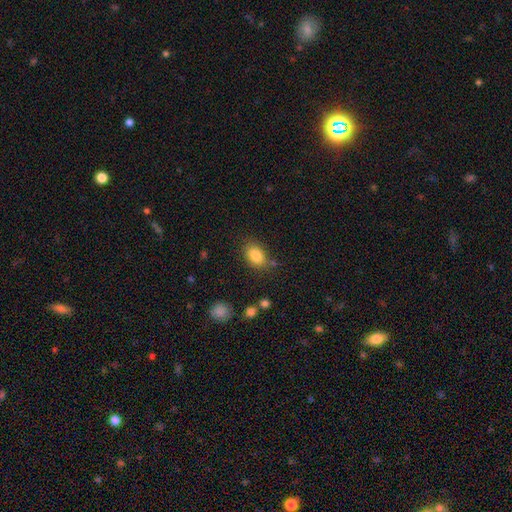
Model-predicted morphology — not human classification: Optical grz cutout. It shows a smooth galaxy with no disk features (85%) that is in between round and cigar-shaped (85%). Merging: none (75%).